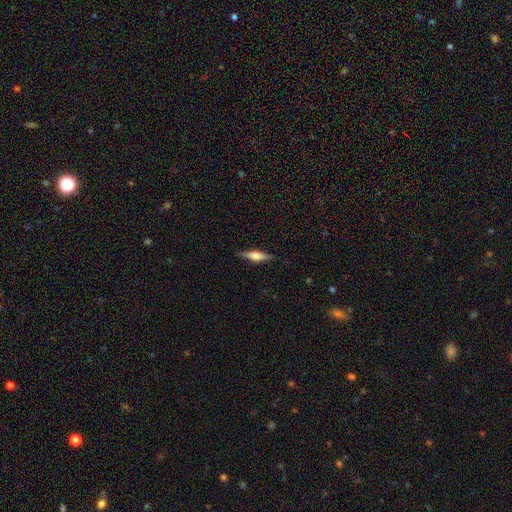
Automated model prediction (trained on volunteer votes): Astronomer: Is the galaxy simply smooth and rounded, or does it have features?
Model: featured or disk — 63%.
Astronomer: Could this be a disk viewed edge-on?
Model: yes — 97%.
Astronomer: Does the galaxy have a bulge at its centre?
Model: rounded — 87%.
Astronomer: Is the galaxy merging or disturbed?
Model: none — 88%.